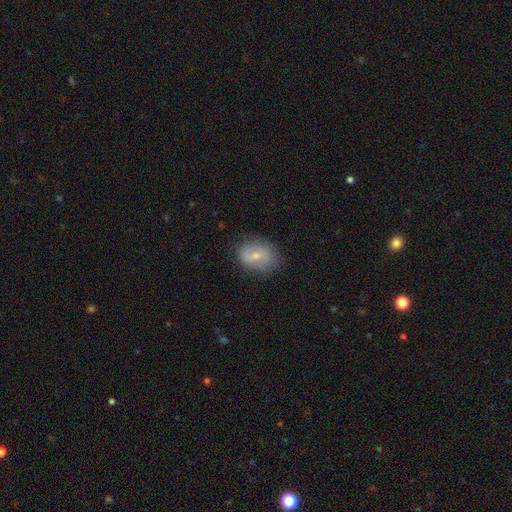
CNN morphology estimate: type=smooth (56%); roundness=in between (58%); merging=none (77%).